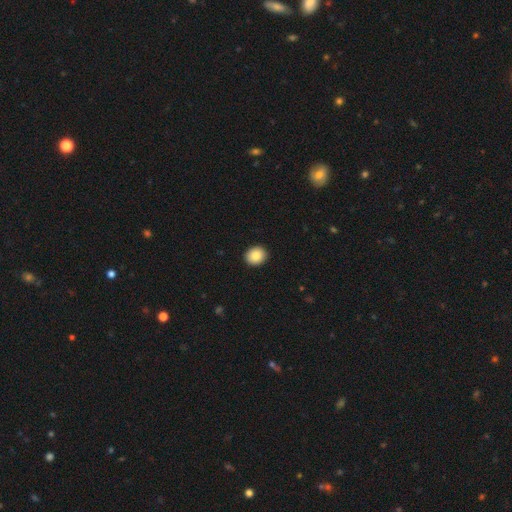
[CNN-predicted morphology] Smooth or featured: smooth — 87% (star or artifact — 8%)
How rounded: round — 72% (in between — 27%)
Merging: none — 92% (minor disturbance — 6%)